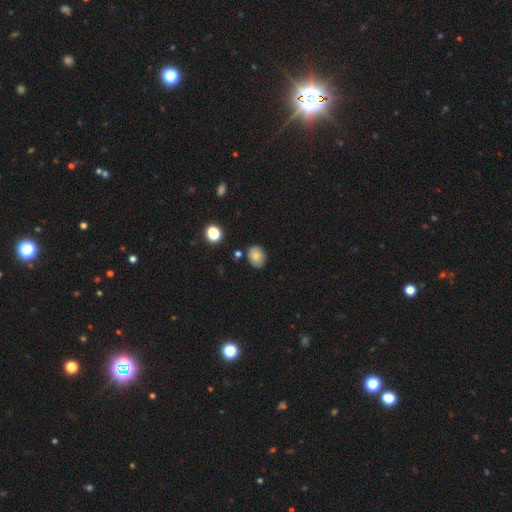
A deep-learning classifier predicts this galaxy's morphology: A smooth galaxy with no disk features (80%) that is in between round and cigar-shaped (54%).

Vote fractions:
- Smooth or featured? smooth: 80% / star or artifact: 10% / featured or disk: 10%
- How rounded? in between: 54% / round: 45% / cigar-shaped: 1%
- Merging? none: 80% / minor disturbance: 14% / merger: 4% / major disturbance: 3%